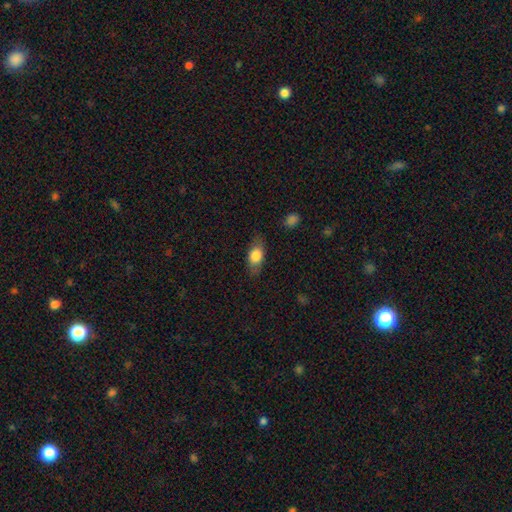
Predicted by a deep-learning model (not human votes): Smooth or featured? Predicted: smooth (p=0.75). How rounded? Predicted: in between (p=0.79). Merging? Predicted: none (p=0.79).